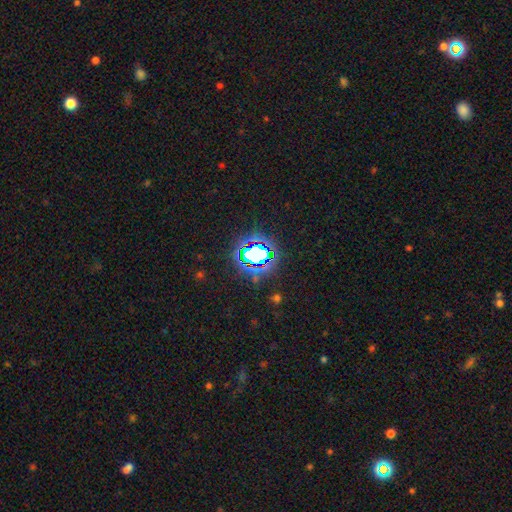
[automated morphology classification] A star or artifact, not a galaxy (70%).